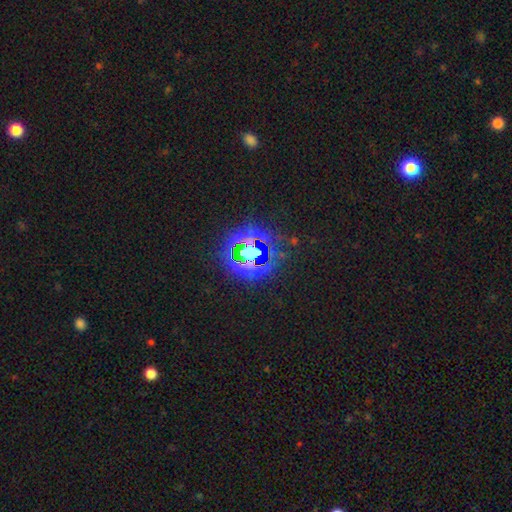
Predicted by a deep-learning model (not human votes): A star or artifact, not a galaxy (82%).